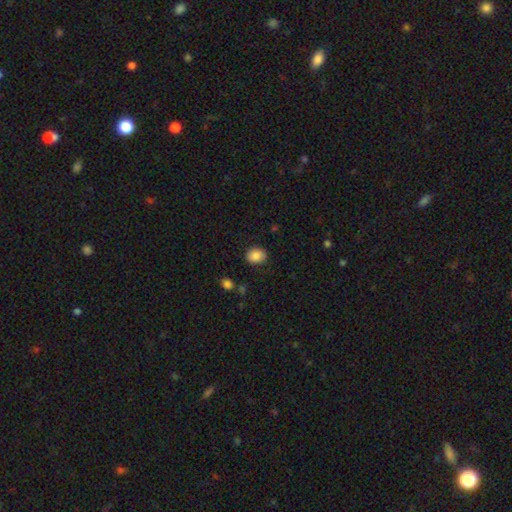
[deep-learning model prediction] Overall: smooth (86%). How rounded: round (50%, tied with in between). Merging: none (87%).